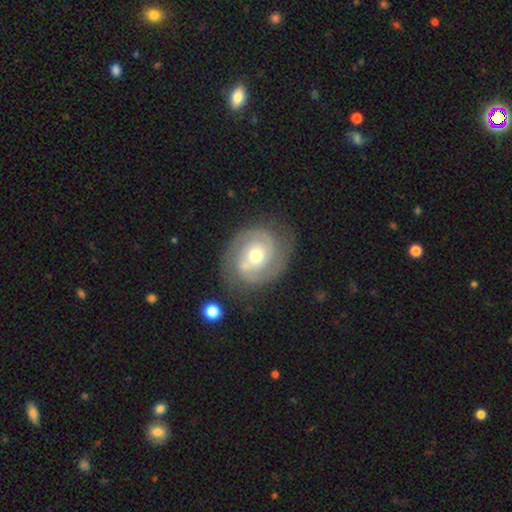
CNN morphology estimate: A featured or disk galaxy (82%) with no bar (66%), 2 (80%) tight (57%) spiral arms (93%) and a moderate central bulge (66%).

Vote fractions:
- Smooth or featured? featured or disk: 82% / smooth: 13% / star or artifact: 5%
- Edge-on disk? no: 97% / yes: 3%
- Bar? no: 66% / weak: 27% / strong: 7%
- Spiral arms? yes: 93% / no: 7%
- Spiral winding? tight: 57% / medium: 34% / loose: 8%
- Spiral arm count? 2: 80% / can't tell: 9% / 3: 5% / 1: 3% / 4: 2% / more than 4: 1%
- Bulge size? moderate: 66% / small: 26% / large: 6% / dominant: 1% / none: 1%
- Merging? none: 72% / minor disturbance: 17% / major disturbance: 7% / merger: 4%